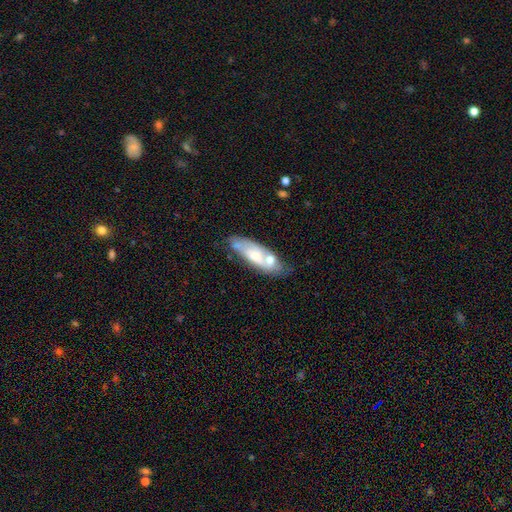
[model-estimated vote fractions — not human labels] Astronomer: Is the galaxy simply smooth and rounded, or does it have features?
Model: smooth — 49% (runner-up: featured or disk, 44%).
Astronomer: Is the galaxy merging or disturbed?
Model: none — 48% (runner-up: merger, 23%).